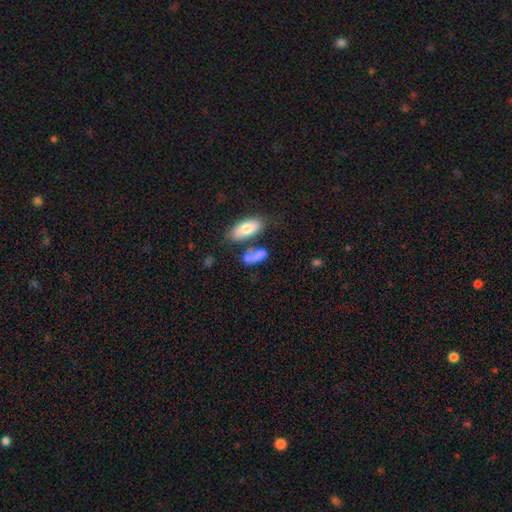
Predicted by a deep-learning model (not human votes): smooth 73%, featured or disk 17%, star or artifact 10%. Down the decision tree: how rounded — in between (79%); merging — merger (40%).